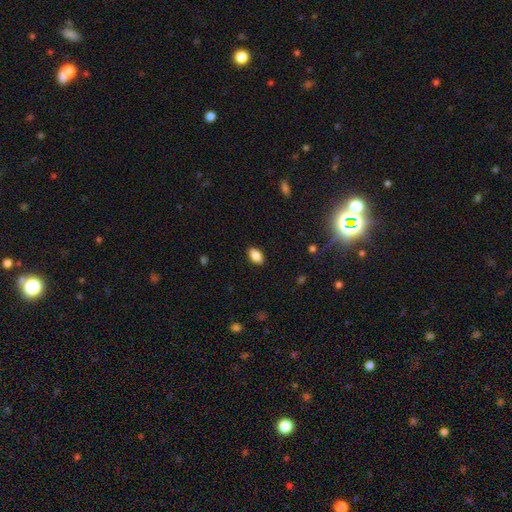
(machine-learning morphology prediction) Smooth or featured? smooth (86%)
How rounded? in between (92%)
Merging? none (89%)